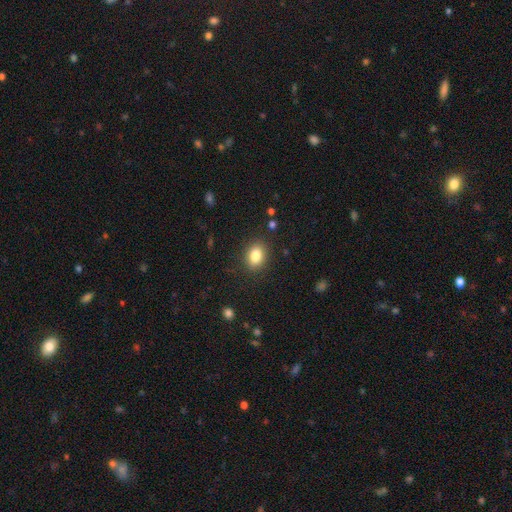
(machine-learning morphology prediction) Q: Smooth or featured?
A: smooth (84%); runner-up: star or artifact (10%)
Q: How rounded?
A: in between (64%); runner-up: round (35%)
Q: Merging?
A: none (87%); runner-up: minor disturbance (9%)